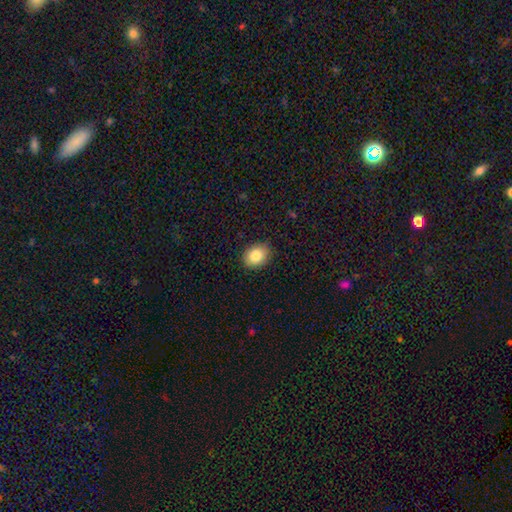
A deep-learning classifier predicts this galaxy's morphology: type=smooth (83%); roundness=in between (59%); merging=none (89%).